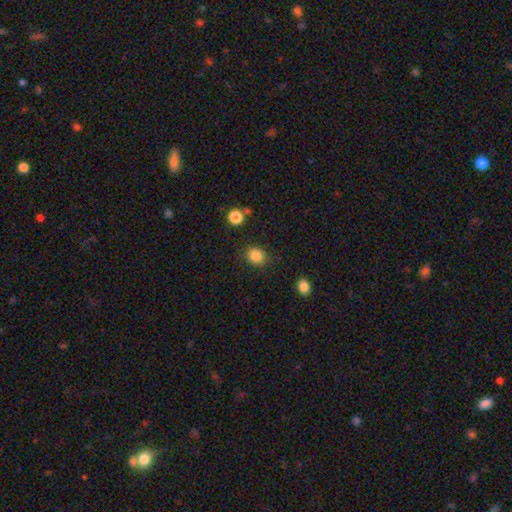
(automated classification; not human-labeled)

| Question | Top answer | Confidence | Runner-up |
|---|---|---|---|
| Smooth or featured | smooth | 86% | star or artifact (10%) |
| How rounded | round | 65% | in between (34%) |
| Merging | none | 86% | minor disturbance (9%) |